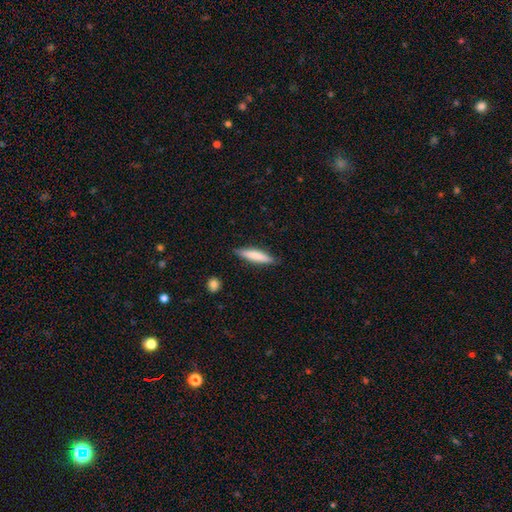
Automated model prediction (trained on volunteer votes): smooth 74%, featured or disk 20%, star or artifact 5%. Down the decision tree: how rounded — cigar-shaped (84%); merging — none (86%).